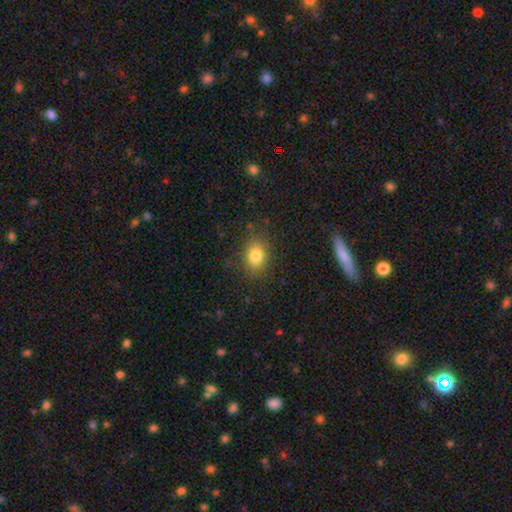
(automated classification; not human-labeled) Smooth or featured? Predicted: smooth (p=0.81). How rounded? Predicted: in between (p=0.60). Merging? Predicted: none (p=0.83).